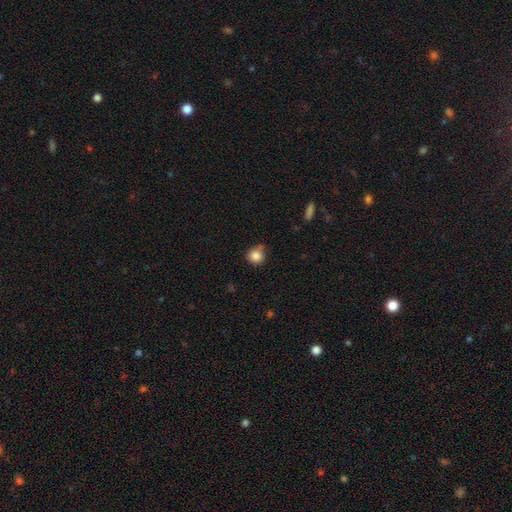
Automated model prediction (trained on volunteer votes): Smooth or featured? Predicted: smooth (p=0.85). How rounded? Predicted: round (p=0.90). Merging? Predicted: none (p=0.69).